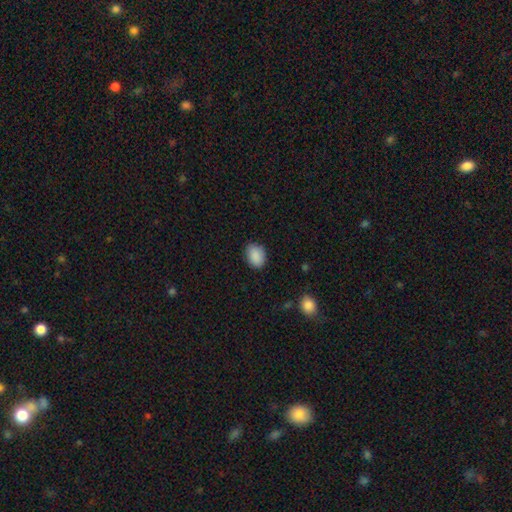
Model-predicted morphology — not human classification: smooth_or_featured: smooth (p=0.89) [alt: star or artifact p=0.07]
how_rounded: in between (p=0.74) [alt: round p=0.25]
merging: none (p=0.83) [alt: minor disturbance p=0.13]